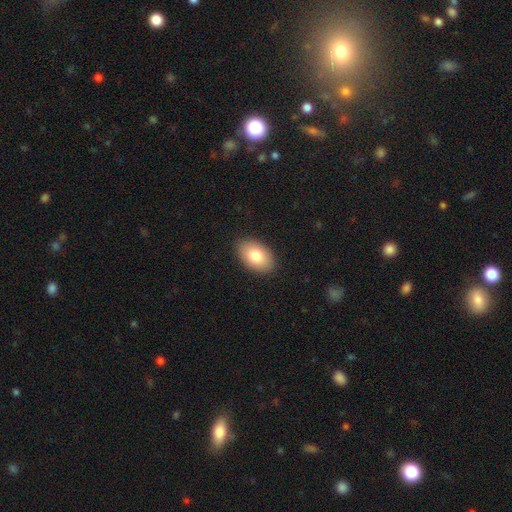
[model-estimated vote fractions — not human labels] This is clearly a smooth galaxy (81%). How rounded: clearly in between (91%). Merging: clearly none (89%).